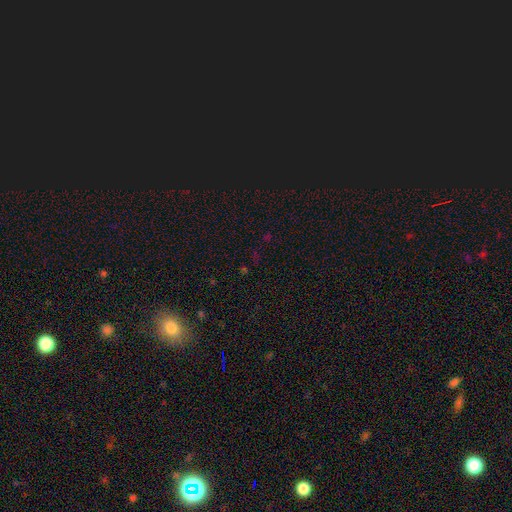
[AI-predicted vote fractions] Morphology: type=star or artifact (65%).